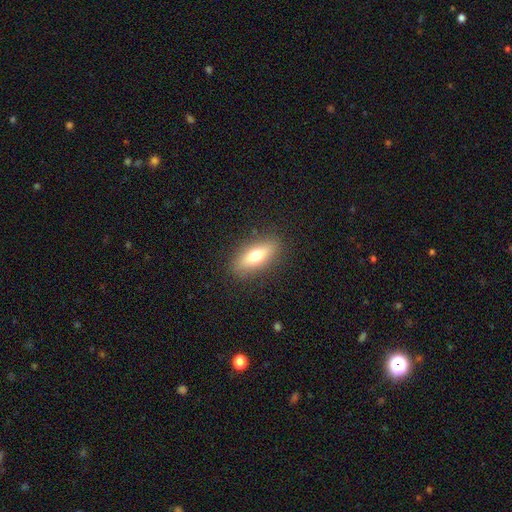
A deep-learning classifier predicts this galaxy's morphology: This appears to be a smooth galaxy with no disk features (63%) that is in between round and cigar-shaped (63%). Merging: none (87%).